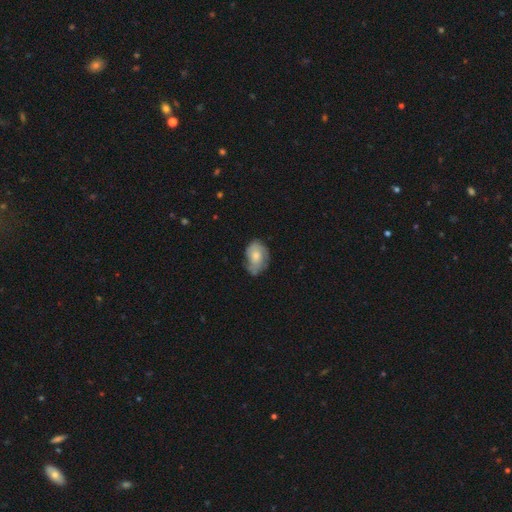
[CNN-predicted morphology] A smooth galaxy with no disk features (53%) that is in between round and cigar-shaped (79%). Merging: none (57%).